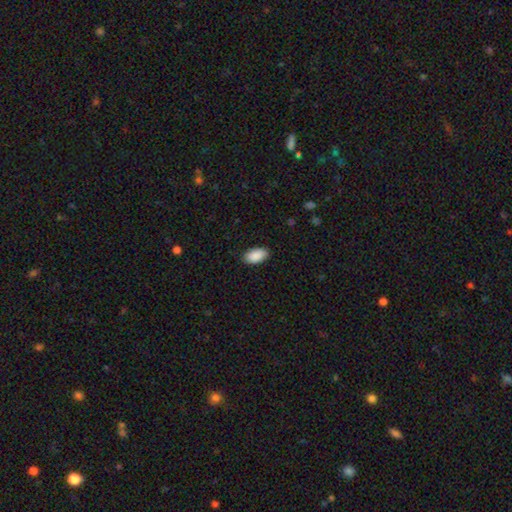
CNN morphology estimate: Overall: smooth (91%). How rounded: in between (95%). Merging: none (88%).